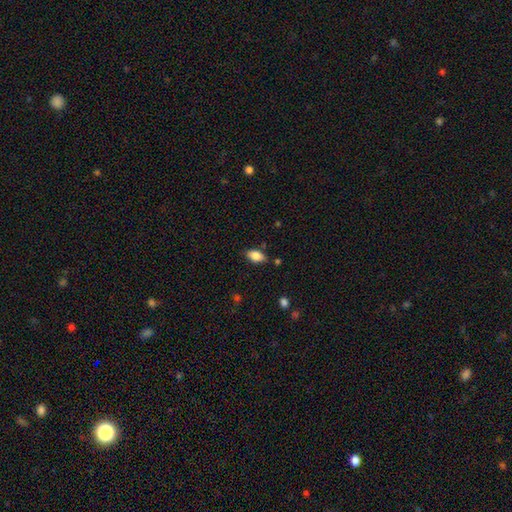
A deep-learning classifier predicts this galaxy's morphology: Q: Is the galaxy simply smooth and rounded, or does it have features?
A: smooth — 81%.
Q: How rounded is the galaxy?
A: in between — 90%.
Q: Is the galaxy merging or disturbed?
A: none — 79%.